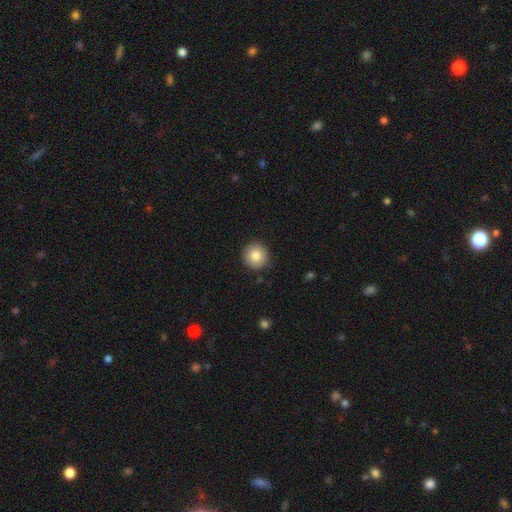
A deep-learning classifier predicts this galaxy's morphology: smooth_or_featured: smooth (p=0.84) [alt: star or artifact p=0.08]
how_rounded: round (p=0.95) [alt: in between p=0.04]
merging: none (p=0.91) [alt: minor disturbance p=0.07]